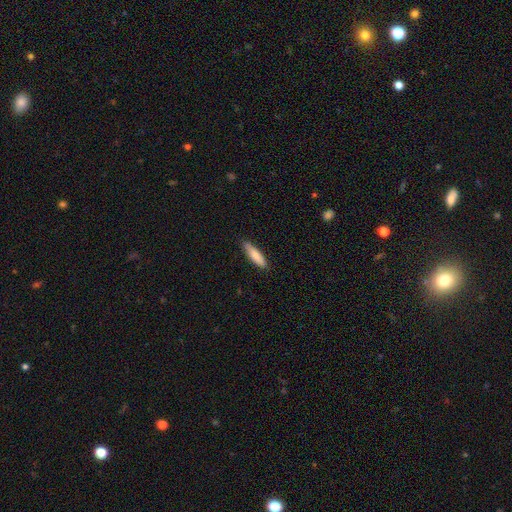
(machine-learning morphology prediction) Overall: smooth (82%). How rounded: cigar-shaped (74%). Merging: none (84%).